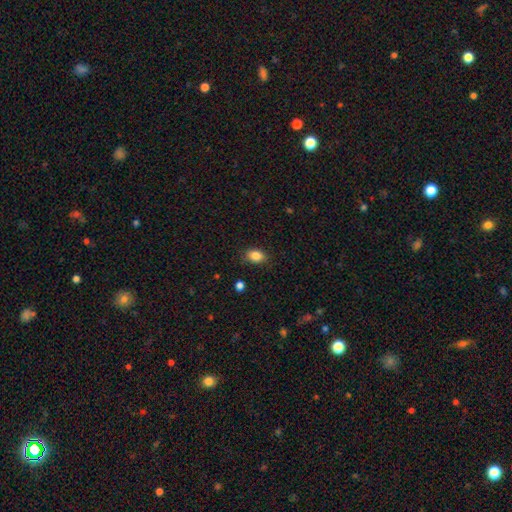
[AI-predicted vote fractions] Morphology: type=smooth (85%); roundness=in between (73%); merging=none (82%).